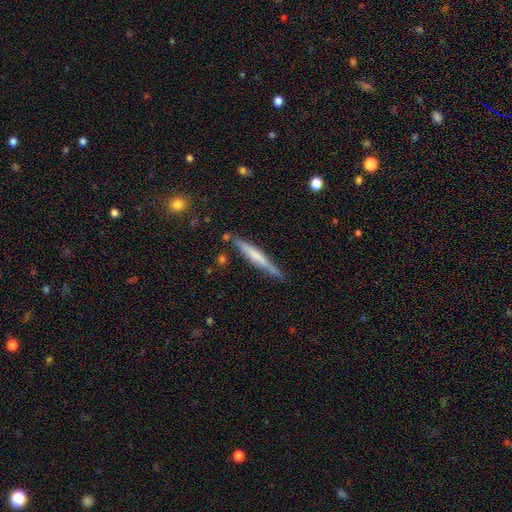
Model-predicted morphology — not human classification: Smooth or featured?
  - smooth: 48% *
  - featured or disk: 46%
  - star or artifact: 6%
Merging?
  - none: 82% *
  - minor disturbance: 13%
  - merger: 3%
  - major disturbance: 2%